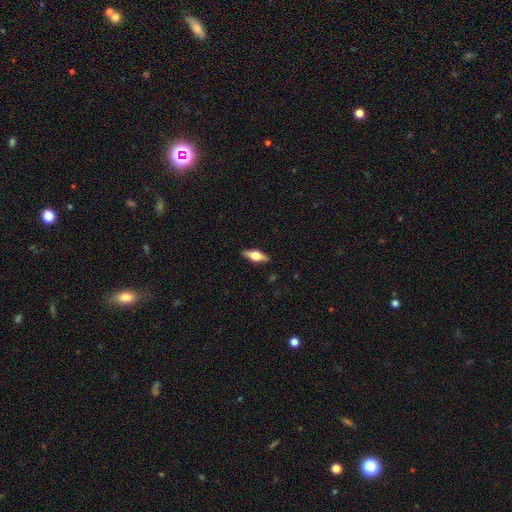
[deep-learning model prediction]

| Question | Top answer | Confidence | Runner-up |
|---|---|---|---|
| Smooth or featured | featured or disk | 54% | smooth (40%) |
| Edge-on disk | yes | 93% | no (7%) |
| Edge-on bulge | rounded | 94% | boxy (5%) |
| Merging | none | 88% | minor disturbance (9%) |